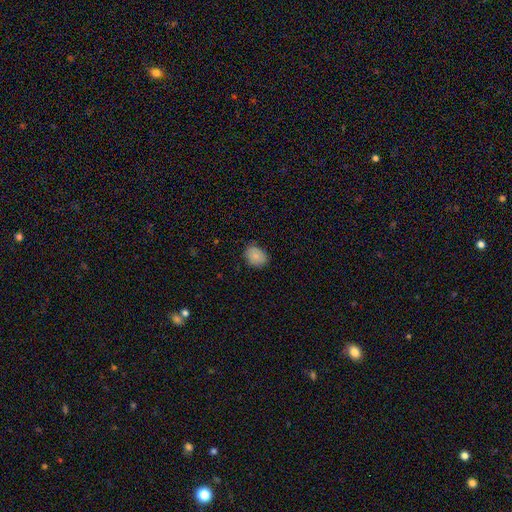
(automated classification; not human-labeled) A smooth galaxy with no disk features (84%) that is in between round and cigar-shaped (61%). Merging: none (76%).